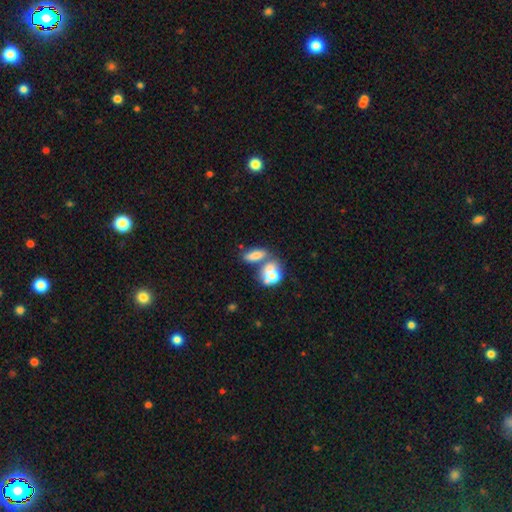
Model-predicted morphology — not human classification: A smooth galaxy with no disk features (72%) that is in between round and cigar-shaped (68%).

Vote fractions:
- Smooth or featured? smooth: 72% / featured or disk: 16% / star or artifact: 12%
- How rounded? in between: 68% / cigar-shaped: 16% / round: 16%
- Merging? merger: 41% / none: 40% / minor disturbance: 12% / major disturbance: 7%